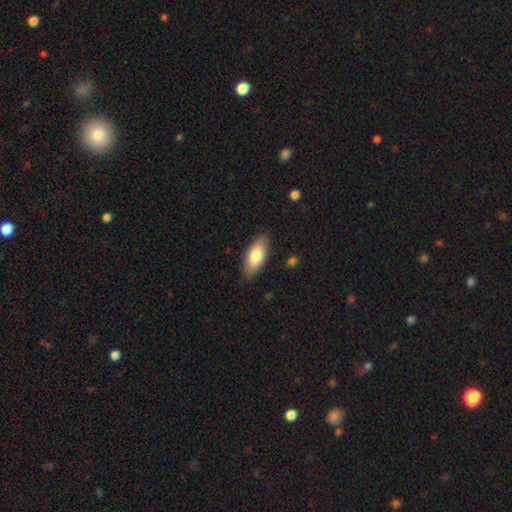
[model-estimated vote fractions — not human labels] The model was most divided on "smooth or featured": smooth: 79%, featured or disk: 16%, star or artifact: 6%. More confident: how rounded — in between (85%); merging — none (83%).